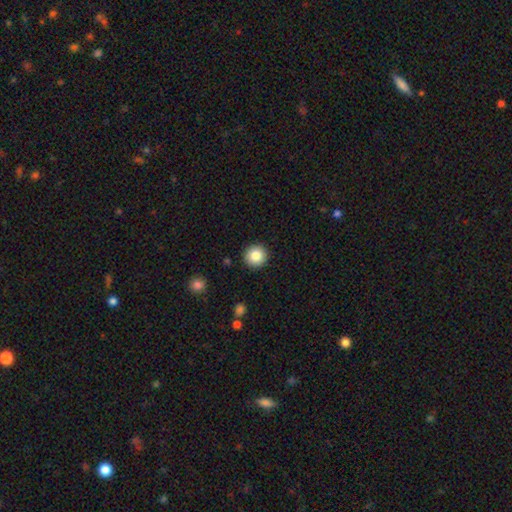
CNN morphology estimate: Smooth or featured: smooth — 84% (star or artifact — 9%)
How rounded: round — 95% (in between — 4%)
Merging: none — 92% (minor disturbance — 5%)